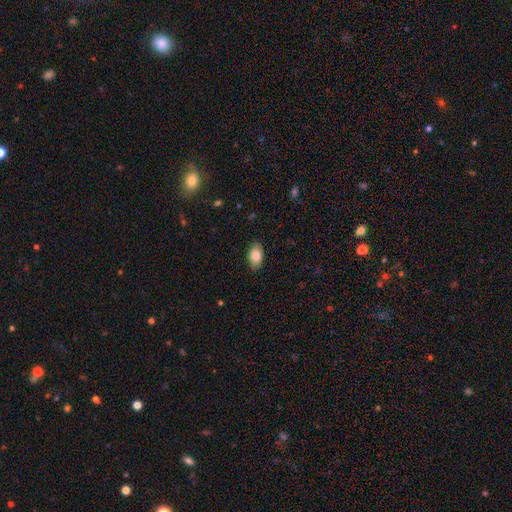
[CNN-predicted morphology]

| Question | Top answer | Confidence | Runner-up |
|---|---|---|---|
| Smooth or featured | smooth | 84% | featured or disk (9%) |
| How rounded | in between | 92% | round (6%) |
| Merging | none | 89% | minor disturbance (9%) |